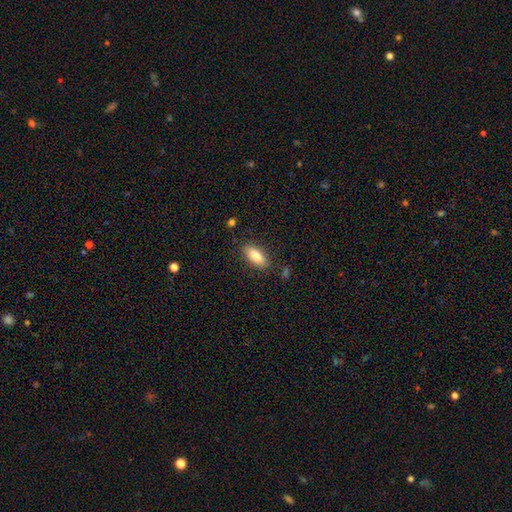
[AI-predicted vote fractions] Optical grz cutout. It shows a smooth galaxy with no disk features (80%) that is in between round and cigar-shaped (80%). Merging: none (85%).